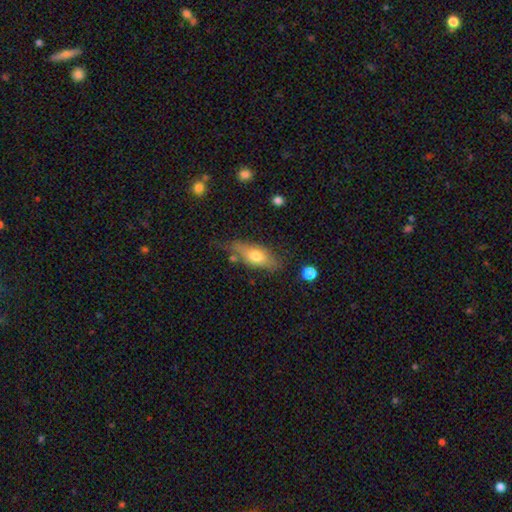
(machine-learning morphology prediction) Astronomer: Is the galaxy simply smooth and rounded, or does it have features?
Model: smooth — 63%.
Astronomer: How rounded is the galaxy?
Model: in between — 73%.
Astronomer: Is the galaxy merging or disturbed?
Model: none — 56%.